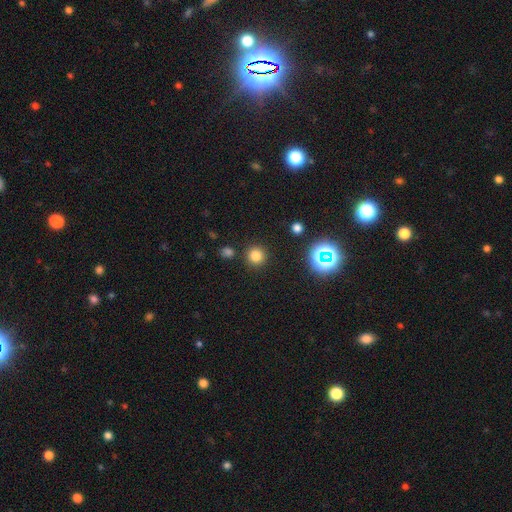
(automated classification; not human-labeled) This is likely a smooth galaxy (77%). How rounded: clearly round (94%). Merging: clearly none (89%).